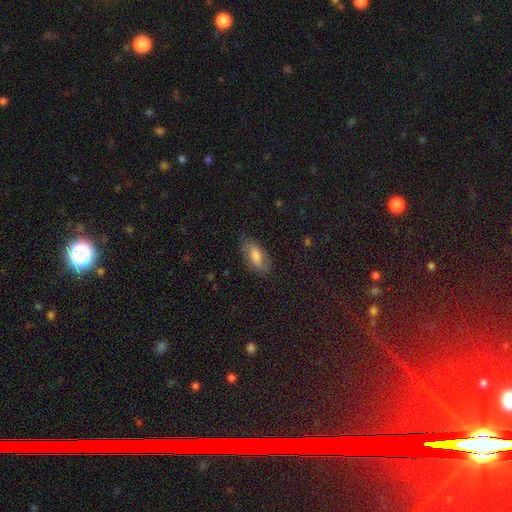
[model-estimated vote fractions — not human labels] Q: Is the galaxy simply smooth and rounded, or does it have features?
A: smooth — 58%.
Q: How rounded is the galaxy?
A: in between — 84%.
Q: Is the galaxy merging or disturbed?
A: none — 75%.